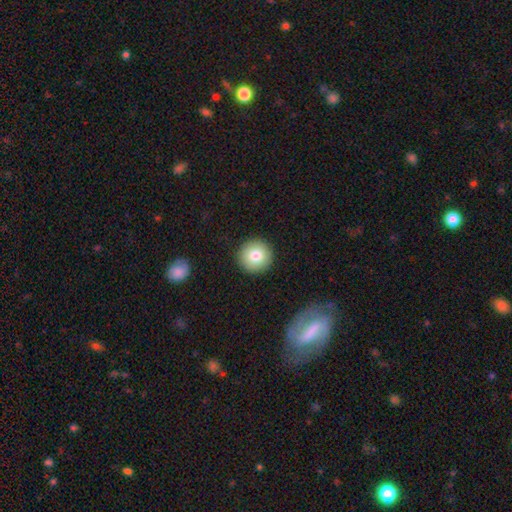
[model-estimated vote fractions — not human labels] smooth 80%, featured or disk 11%, star or artifact 9%. Down the decision tree: how rounded — round (95%); merging — none (92%).